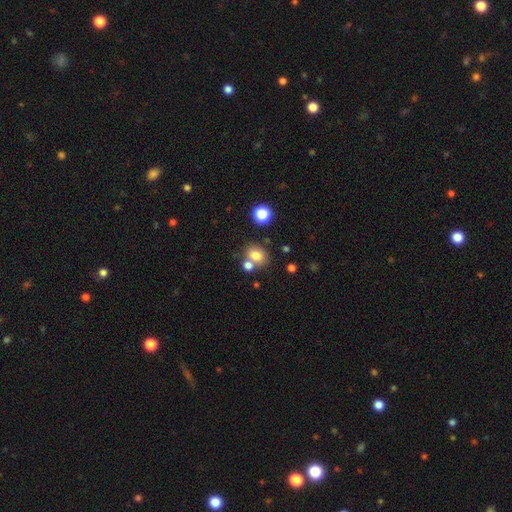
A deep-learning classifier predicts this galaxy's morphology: This is likely a smooth galaxy (77%). How rounded: possibly round (51%). Merging: possibly none (57%).